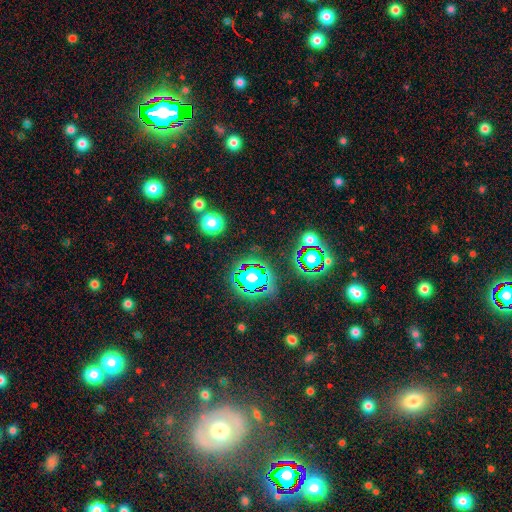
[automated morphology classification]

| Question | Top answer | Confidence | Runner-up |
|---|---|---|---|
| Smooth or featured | star or artifact | 64% | smooth (20%) |